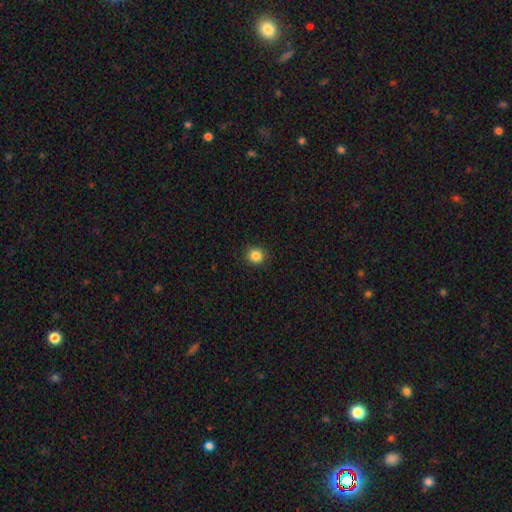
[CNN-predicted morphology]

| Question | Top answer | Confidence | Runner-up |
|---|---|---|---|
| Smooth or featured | smooth | 85% | star or artifact (11%) |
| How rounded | round | 91% | in between (8%) |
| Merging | none | 91% | minor disturbance (6%) |